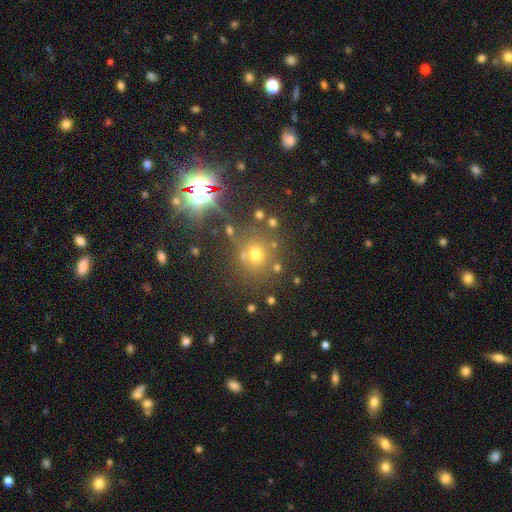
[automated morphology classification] A smooth galaxy with no disk features (51%) that is round (90%).

Vote fractions:
- Smooth or featured? smooth: 51% / star or artifact: 39% / featured or disk: 10%
- How rounded? round: 90% / in between: 9% / cigar-shaped: 1%
- Merging? none: 78% / minor disturbance: 9% / merger: 9% / major disturbance: 5%